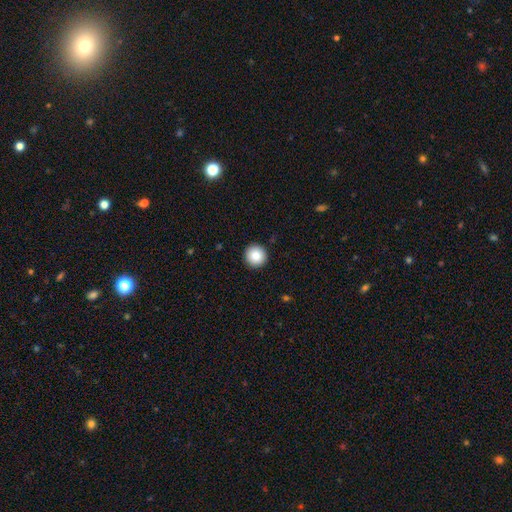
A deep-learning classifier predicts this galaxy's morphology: The model was most divided on "smooth or featured": smooth: 88%, star or artifact: 8%, featured or disk: 3%. More confident: how rounded — round (96%); merging — none (93%).